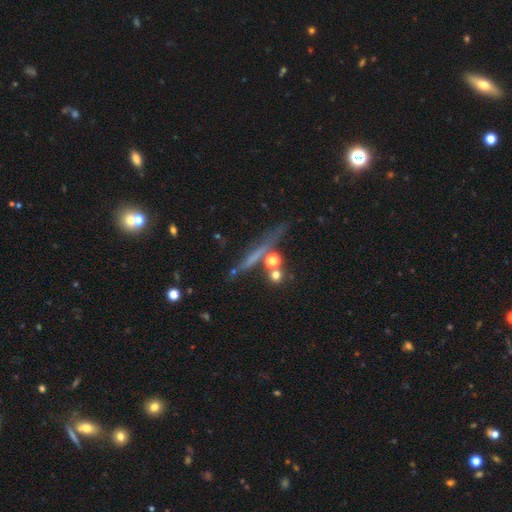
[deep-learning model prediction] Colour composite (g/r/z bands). It shows a featured or disk galaxy (55%) viewed edge-on (91%) with no central bulge (69%). Merging: none (74%).